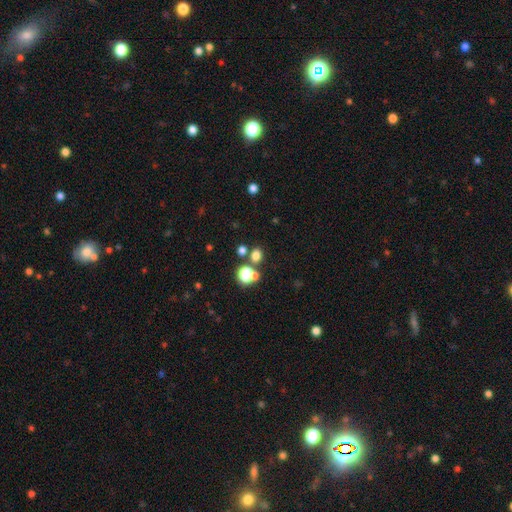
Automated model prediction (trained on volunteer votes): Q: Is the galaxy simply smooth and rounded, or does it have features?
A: smooth — 71%.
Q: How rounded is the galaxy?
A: round — 72%.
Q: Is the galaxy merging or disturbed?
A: none — 69%.